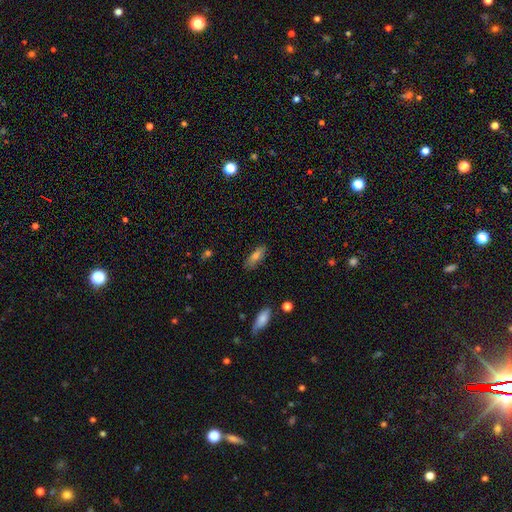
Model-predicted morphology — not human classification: Smooth or featured? Predicted: smooth (p=0.72). How rounded? Predicted: in between (p=0.63). Merging? Predicted: none (p=0.84).